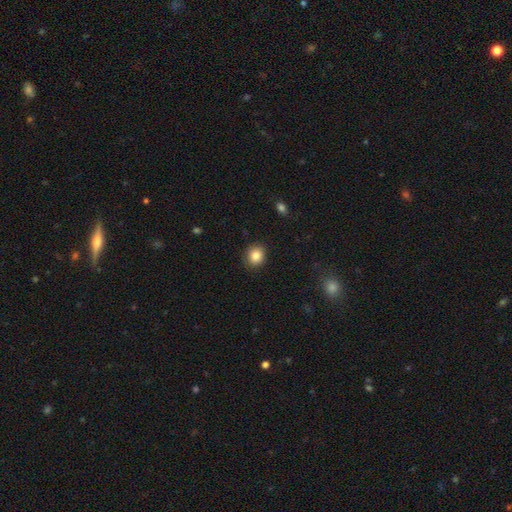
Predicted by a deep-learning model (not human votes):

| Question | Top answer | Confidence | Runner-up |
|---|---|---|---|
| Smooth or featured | smooth | 85% | star or artifact (10%) |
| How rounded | round | 78% | in between (22%) |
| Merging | none | 87% | minor disturbance (9%) |